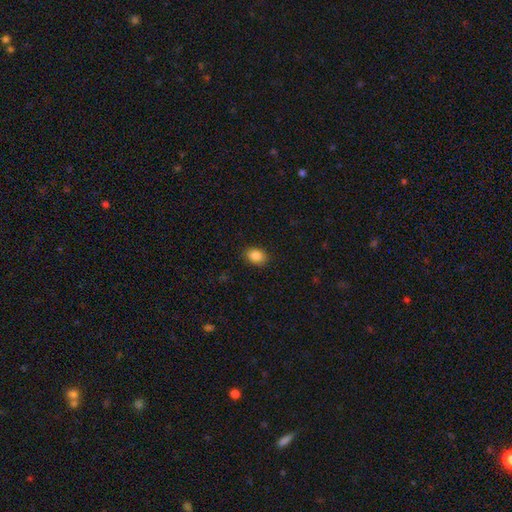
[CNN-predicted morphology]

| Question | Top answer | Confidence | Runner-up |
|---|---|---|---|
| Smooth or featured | smooth | 86% | star or artifact (9%) |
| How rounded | in between | 67% | round (32%) |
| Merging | none | 88% | minor disturbance (9%) |